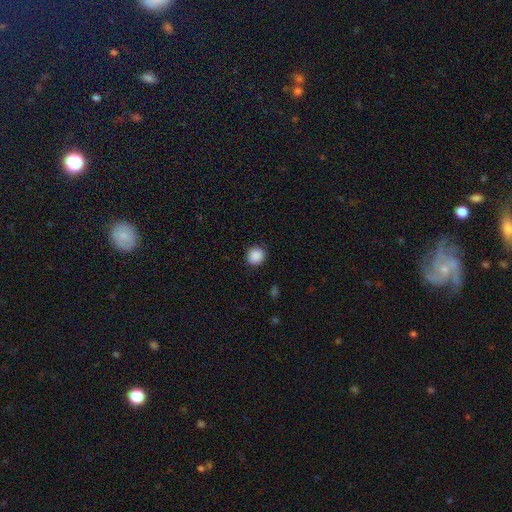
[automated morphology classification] Smooth or featured?
  - smooth: 89% *
  - star or artifact: 9%
  - featured or disk: 2%
How rounded?
  - round: 88% *
  - in between: 12%
  - cigar-shaped: 1%
Merging?
  - none: 90% *
  - minor disturbance: 7%
  - major disturbance: 2%
  - merger: 1%